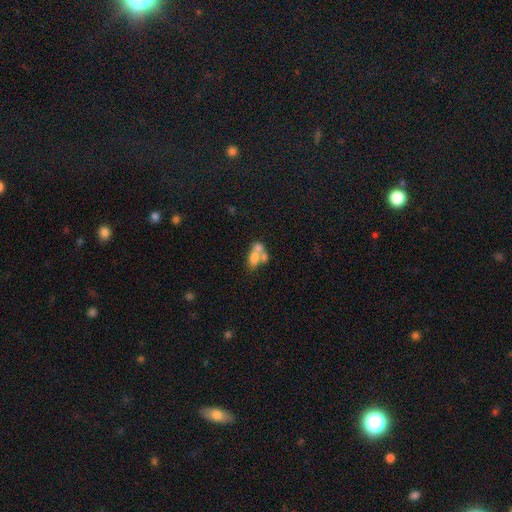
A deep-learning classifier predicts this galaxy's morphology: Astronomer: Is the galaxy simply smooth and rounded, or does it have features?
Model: smooth — 58%.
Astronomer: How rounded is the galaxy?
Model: in between — 77%.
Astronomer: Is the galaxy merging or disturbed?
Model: merger — 63%.